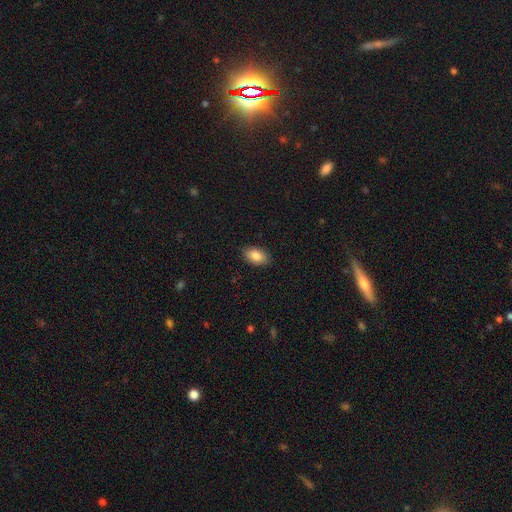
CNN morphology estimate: smooth_or_featured: smooth (p=0.87) [alt: star or artifact p=0.07]
how_rounded: in between (p=0.93) [alt: round p=0.05]
merging: none (p=0.87) [alt: minor disturbance p=0.09]